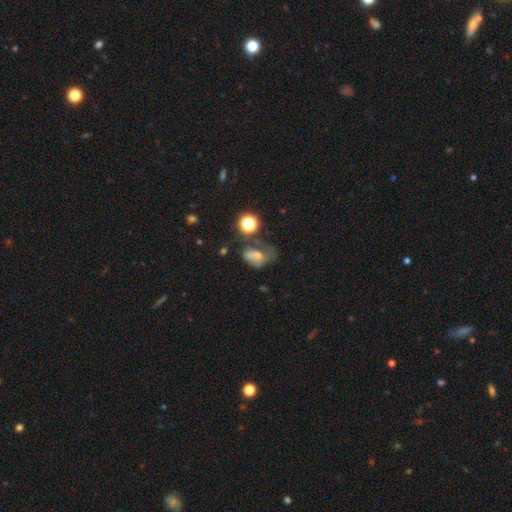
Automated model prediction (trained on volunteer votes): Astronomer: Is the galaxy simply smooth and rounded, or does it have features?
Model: smooth — 49% (runner-up: featured or disk, 33%).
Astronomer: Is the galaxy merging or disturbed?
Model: major disturbance — 40% (runner-up: minor disturbance, 22%).